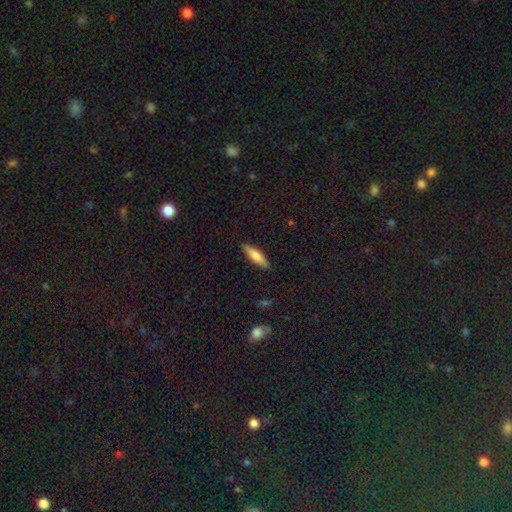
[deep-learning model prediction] smooth 72%, featured or disk 22%, star or artifact 6%. Down the decision tree: how rounded — cigar-shaped (69%); merging — none (88%).